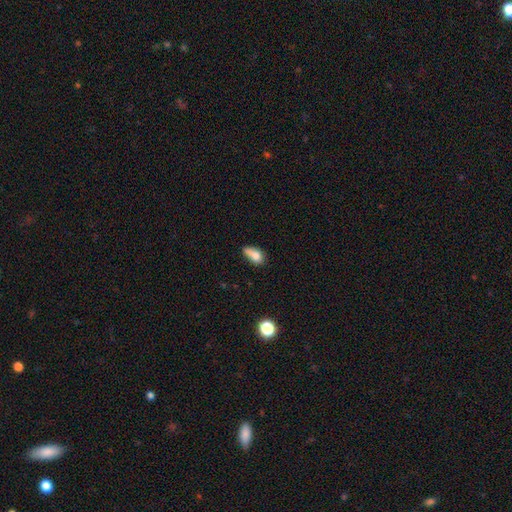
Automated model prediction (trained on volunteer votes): smooth_or_featured: smooth (p=0.75) [alt: featured or disk p=0.15]
how_rounded: in between (p=0.79) [alt: round p=0.14]
merging: none (p=0.34) [alt: minor disturbance p=0.30]